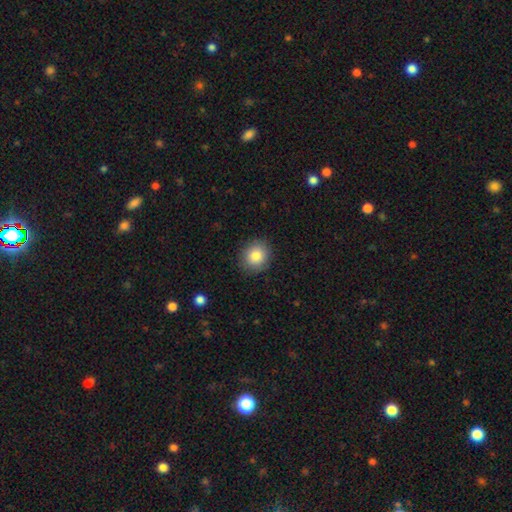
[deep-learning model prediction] smooth 84%, star or artifact 9%, featured or disk 7%. Down the decision tree: how rounded — round (79%); merging — none (88%).